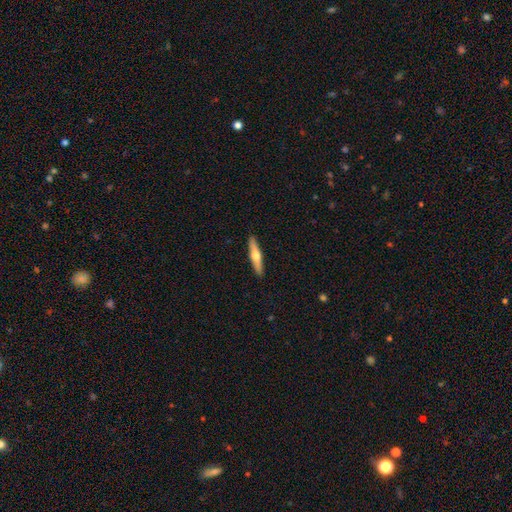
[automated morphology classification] Overall: featured or disk (51%; smooth 44%). Edge-on disk: yes (94%). Merging: none (91%).